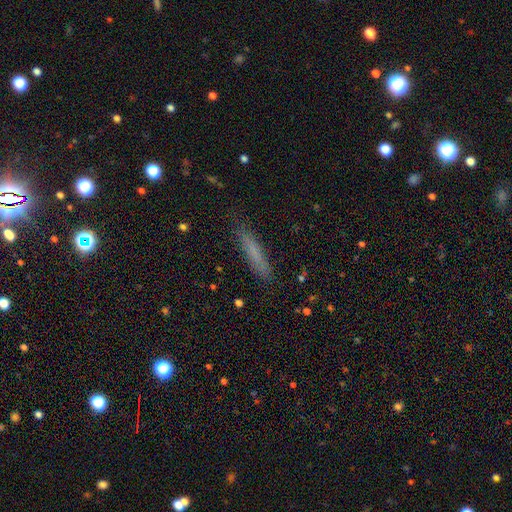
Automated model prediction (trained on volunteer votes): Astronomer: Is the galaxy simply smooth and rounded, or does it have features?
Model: smooth — 71%.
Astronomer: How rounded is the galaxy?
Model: cigar-shaped — 90%.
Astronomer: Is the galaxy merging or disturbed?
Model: none — 86%.